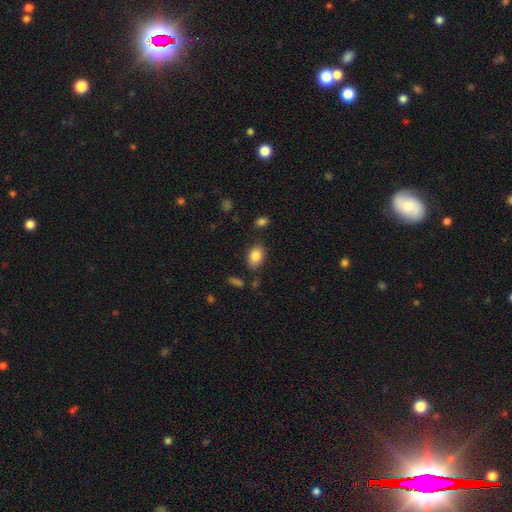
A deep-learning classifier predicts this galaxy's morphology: This is clearly a smooth galaxy (84%). How rounded: clearly in between (85%). Merging: likely none (80%).